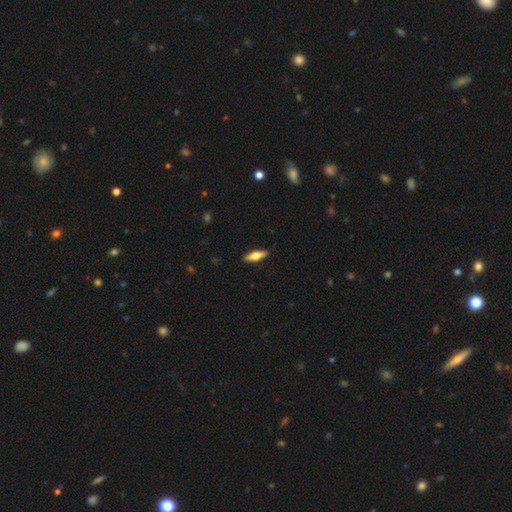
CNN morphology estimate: smooth_or_featured: smooth (p=0.59) [alt: featured or disk p=0.35]
how_rounded: in between (p=0.53) [alt: cigar-shaped p=0.45]
merging: none (p=0.90) [alt: minor disturbance p=0.07]